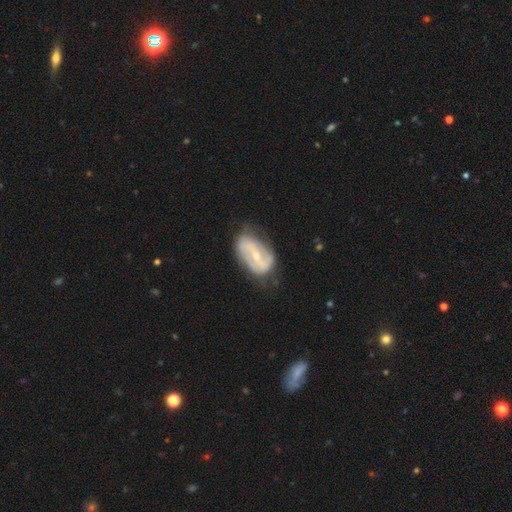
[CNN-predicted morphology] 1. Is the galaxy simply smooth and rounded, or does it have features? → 76% featured or disk, 18% smooth, 6% star or artifact.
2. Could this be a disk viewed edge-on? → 96% no, 4% yes.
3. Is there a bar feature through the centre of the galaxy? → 41% weak, 32% strong, 27% no.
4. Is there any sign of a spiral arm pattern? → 81% yes, 19% no.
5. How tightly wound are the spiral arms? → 42% medium, 30% loose, 29% tight.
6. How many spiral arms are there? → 76% 2, 15% can't tell, 3% 1, 3% 3, 1% 4, 1% more than 4.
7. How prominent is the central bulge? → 56% small, 41% moderate, 1% none, 1% large, 1% dominant.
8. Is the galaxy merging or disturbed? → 63% none, 26% minor disturbance, 9% major disturbance, 2% merger.